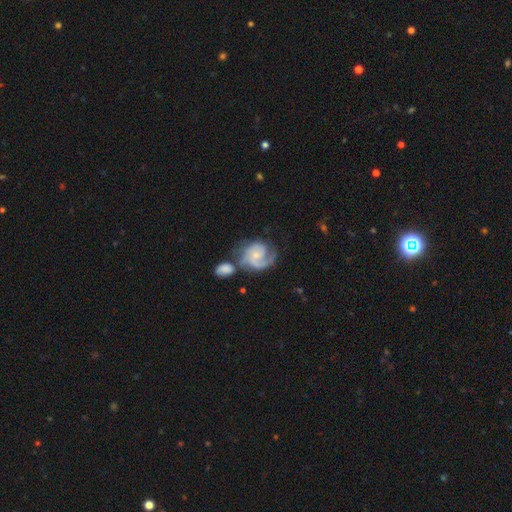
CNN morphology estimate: A featured or disk galaxy (83%) with no bar (67%), 2 (53%) tight (44%) spiral arms (96%) and a small central bulge (65%). Merging: none (43%).